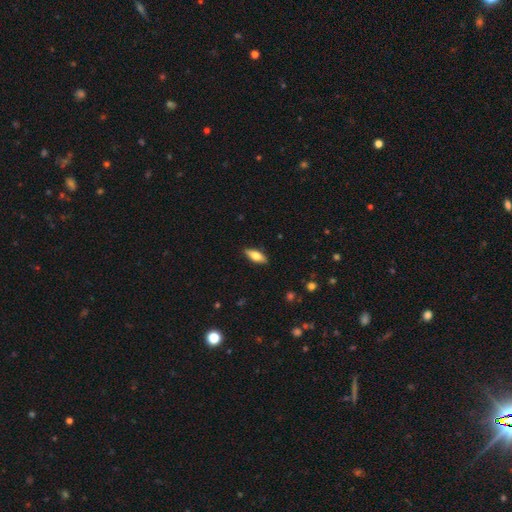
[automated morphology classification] This is likely a smooth galaxy (66%). How rounded: likely in between (70%). Merging: clearly none (88%).